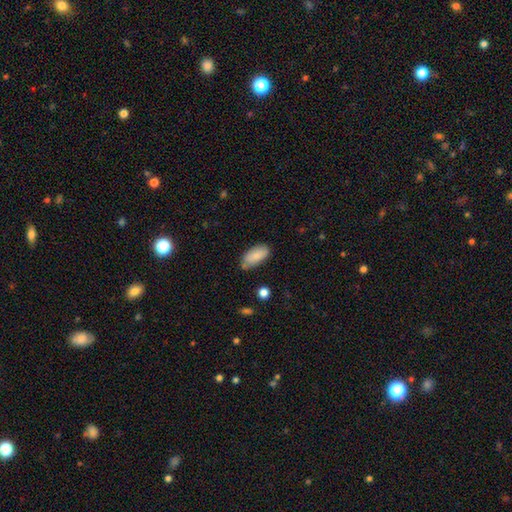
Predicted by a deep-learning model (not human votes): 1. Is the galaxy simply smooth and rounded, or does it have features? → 84% smooth, 9% featured or disk, 7% star or artifact.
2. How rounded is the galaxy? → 92% in between, 6% cigar-shaped, 3% round.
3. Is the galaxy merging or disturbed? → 71% none, 20% minor disturbance, 6% merger, 4% major disturbance.